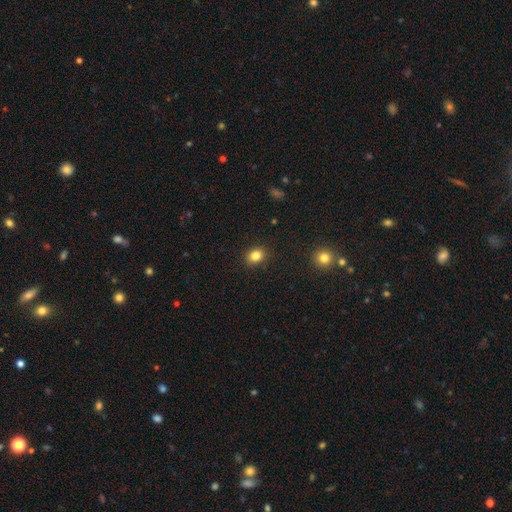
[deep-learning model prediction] Smooth or featured? smooth (84%)
How rounded? round (56%)
Merging? none (89%)